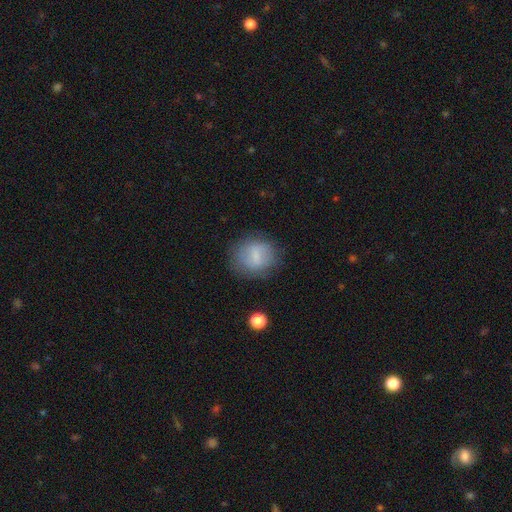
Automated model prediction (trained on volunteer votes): Morphology: type=smooth (69%); roundness=round (76%); merging=none (73%).